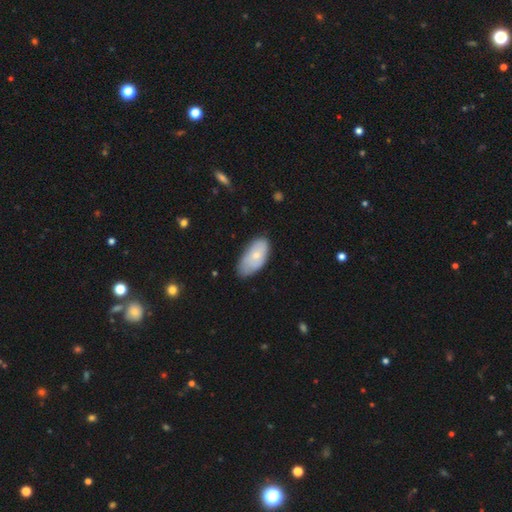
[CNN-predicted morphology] This is likely a smooth galaxy (67%). How rounded: clearly in between (94%). Merging: possibly none (58%).